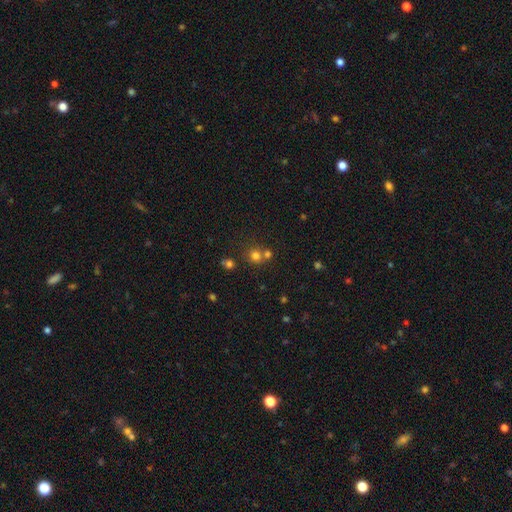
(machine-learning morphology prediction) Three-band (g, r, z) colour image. It shows a smooth galaxy with no disk features (72%) that is round (86%). Merging: none (57%).